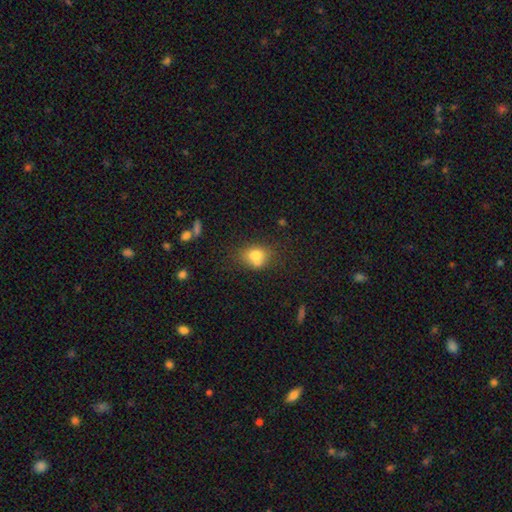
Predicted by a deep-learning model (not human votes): Overall: smooth (75%). How rounded: round (51%; in between 48%). Merging: none (48%; merger 25%).